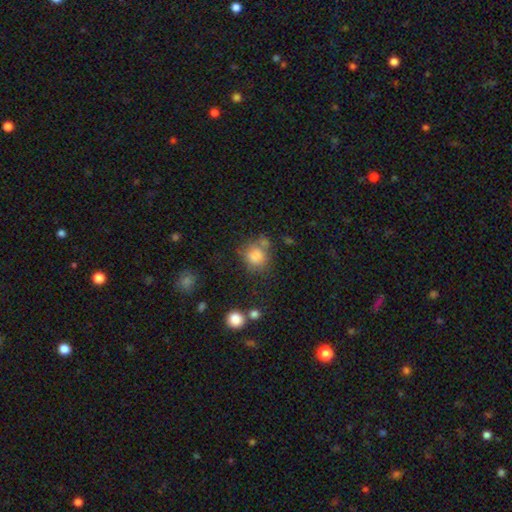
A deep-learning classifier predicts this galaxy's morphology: Overall: smooth (77%). How rounded: round (72%). Merging: none (51%; minor disturbance 21%).